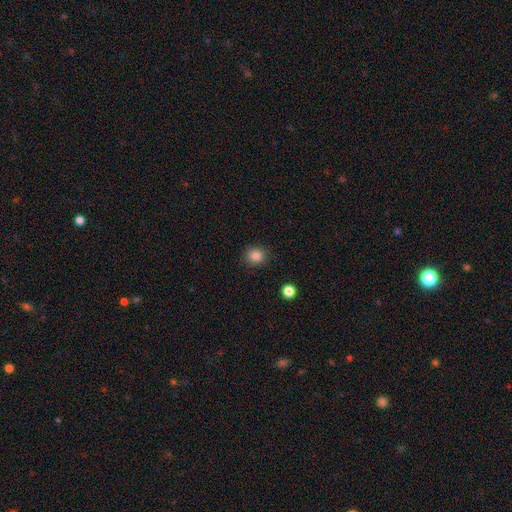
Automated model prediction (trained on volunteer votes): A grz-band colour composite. It shows a smooth galaxy with no disk features (85%) that is round (87%). Merging: none (88%).